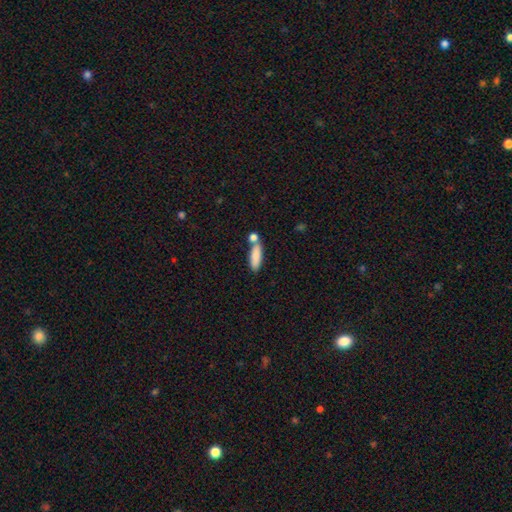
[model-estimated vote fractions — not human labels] A smooth galaxy with no disk features (84%) that is cigar-shaped (51%). Merging: none (58%).